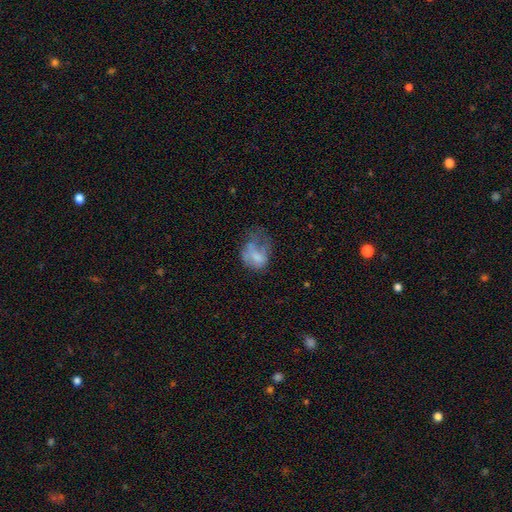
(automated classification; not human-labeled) The model was most divided on "merging": major disturbance: 49%, minor disturbance: 25%, none: 21%, merger: 6%. More confident: how rounded — in between (66%); smooth or featured — smooth (57%).